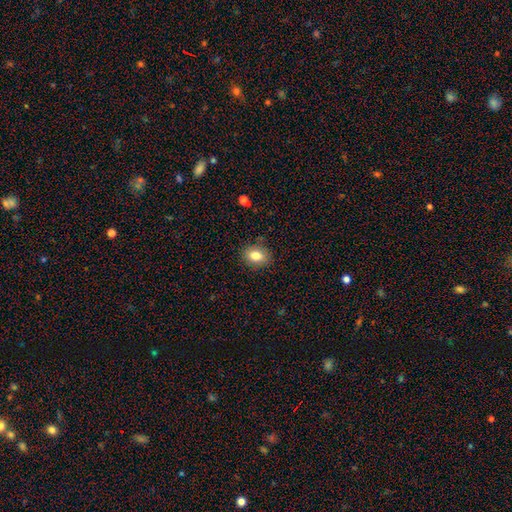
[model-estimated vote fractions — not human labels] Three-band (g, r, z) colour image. It shows a smooth galaxy with no disk features (82%) that is in between round and cigar-shaped (55%). Merging: none (86%).